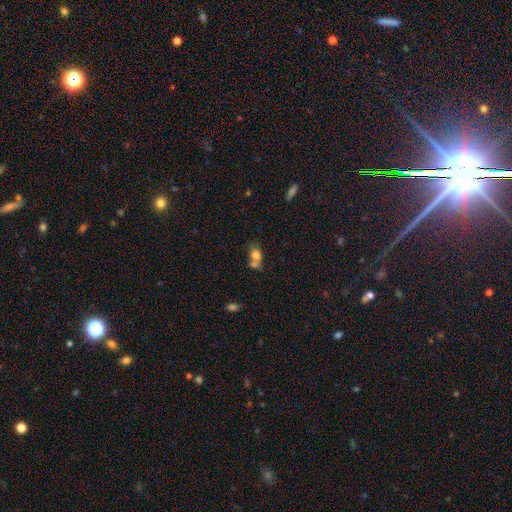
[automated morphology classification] smooth_or_featured: smooth (p=0.74) [alt: featured or disk p=0.16]
how_rounded: in between (p=0.65) [alt: round p=0.32]
merging: merger (p=0.51) [alt: none p=0.29]